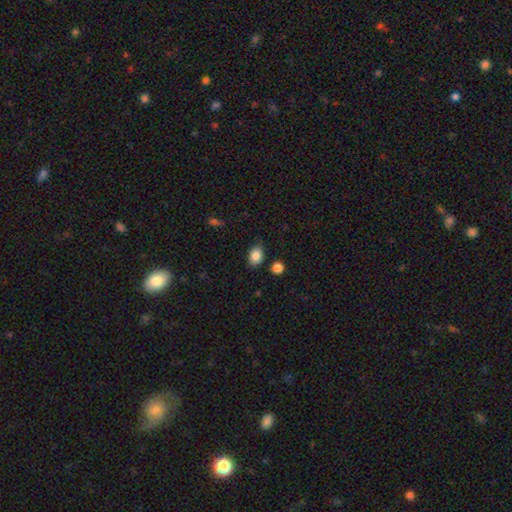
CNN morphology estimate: Smooth or featured: smooth — 86% (star or artifact — 9%)
How rounded: in between — 75% (round — 24%)
Merging: none — 82% (minor disturbance — 12%)